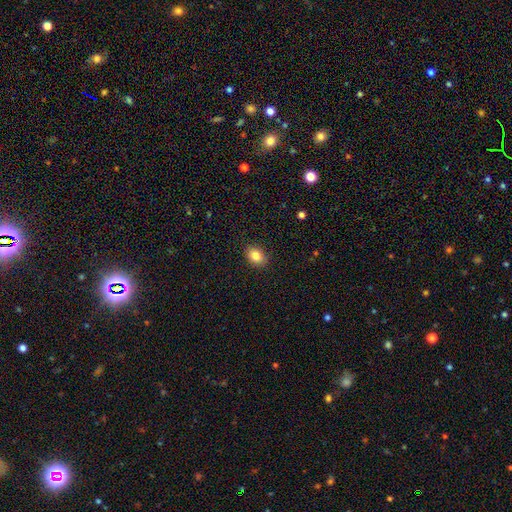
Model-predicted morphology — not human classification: This is clearly a smooth galaxy (84%). How rounded: likely in between (69%). Merging: clearly none (89%).